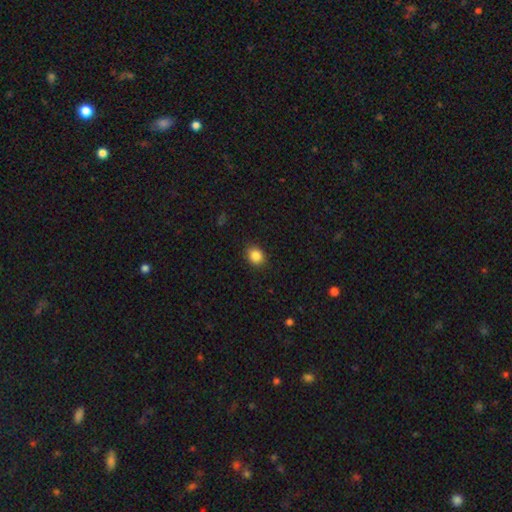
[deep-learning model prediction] smooth-or-featured: smooth: 86% | star or artifact: 10% | featured or disk: 4%
  how-rounded: round: 62% | in between: 37% | cigar-shaped: 1%
  merging: none: 89% | minor disturbance: 8% | major disturbance: 2% | merger: 1%